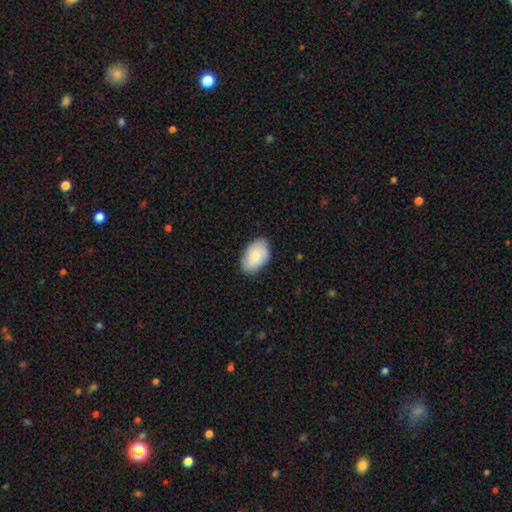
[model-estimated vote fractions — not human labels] Smooth or featured?
  - smooth: 77% *
  - featured or disk: 18%
  - star or artifact: 6%
How rounded?
  - in between: 92% *
  - round: 7%
  - cigar-shaped: 1%
Merging?
  - none: 82% *
  - minor disturbance: 14%
  - major disturbance: 3%
  - merger: 1%